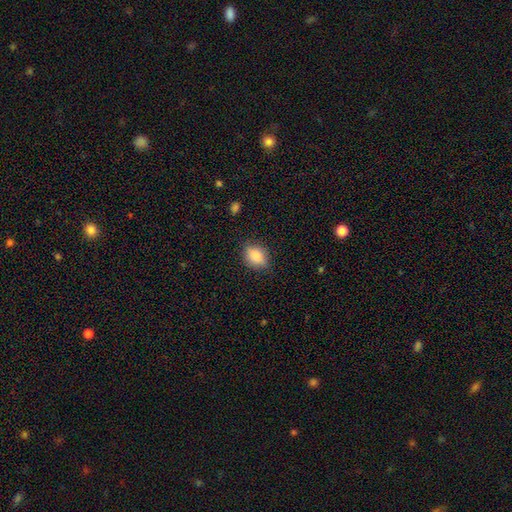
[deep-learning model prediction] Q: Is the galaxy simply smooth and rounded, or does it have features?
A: smooth — 82%.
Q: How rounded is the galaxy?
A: in between — 68%.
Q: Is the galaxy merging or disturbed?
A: none — 79%.